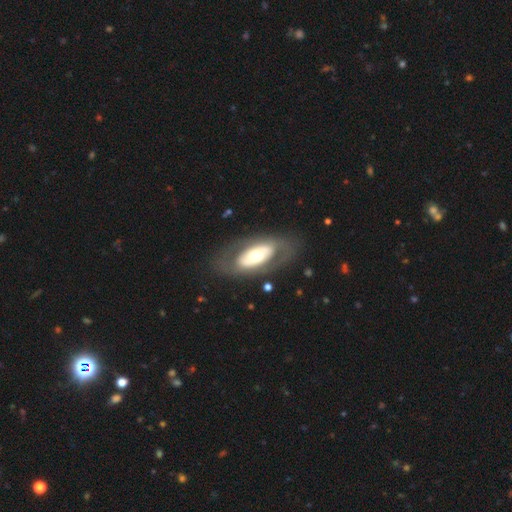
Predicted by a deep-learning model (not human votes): The model was most divided on "smooth or featured": featured or disk: 59%, smooth: 36%, star or artifact: 5%. More confident: edge-on disk — no (88%); spiral arms — no (78%); bar — no (76%); merging — none (75%); bulge size — moderate (60%).